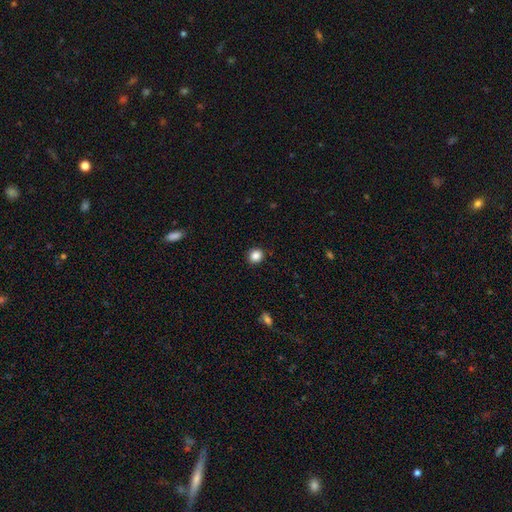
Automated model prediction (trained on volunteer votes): smooth 86%, star or artifact 10%, featured or disk 4%. Down the decision tree: how rounded — round (82%); merging — none (90%).